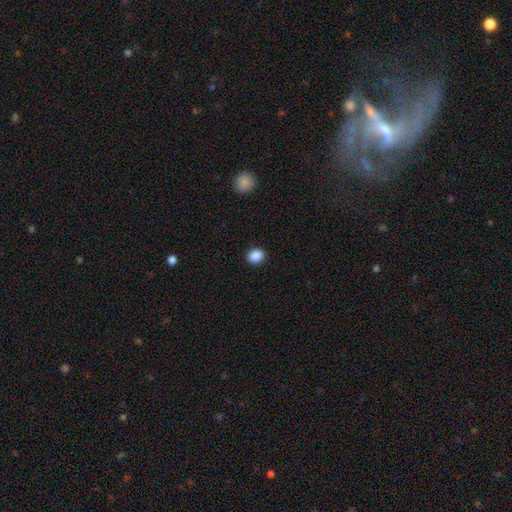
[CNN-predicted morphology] smooth-or-featured: smooth: 89% | star or artifact: 9% | featured or disk: 3%
  how-rounded: round: 65% | in between: 34% | cigar-shaped: 1%
  merging: none: 91% | minor disturbance: 6% | major disturbance: 2% | merger: 1%